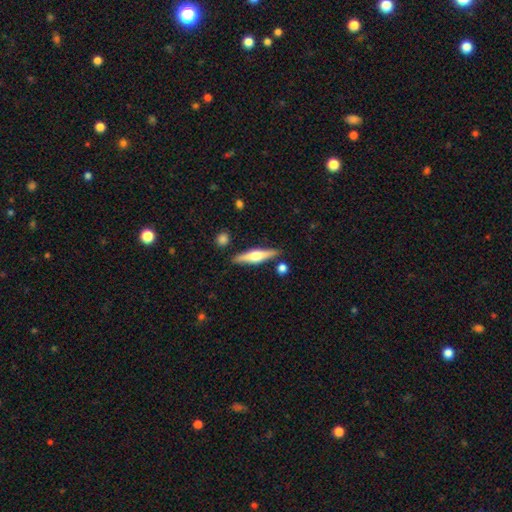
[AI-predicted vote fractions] Smooth or featured? featured or disk (65%)
Edge-on disk? yes (97%)
Edge-on bulge? rounded (87%)
Merging? none (85%)